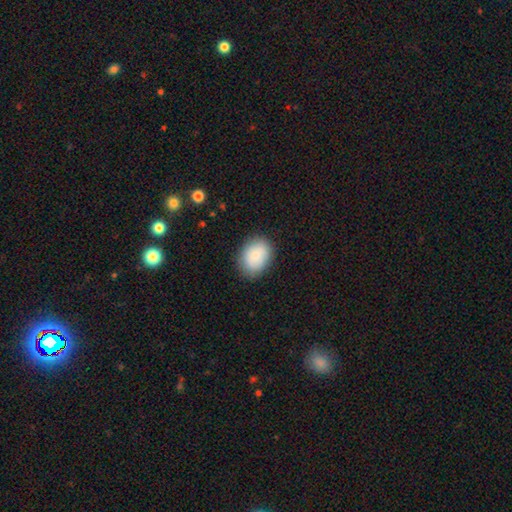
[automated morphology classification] smooth 86%, featured or disk 7%, star or artifact 7%. Down the decision tree: how rounded — in between (71%); merging — none (84%).